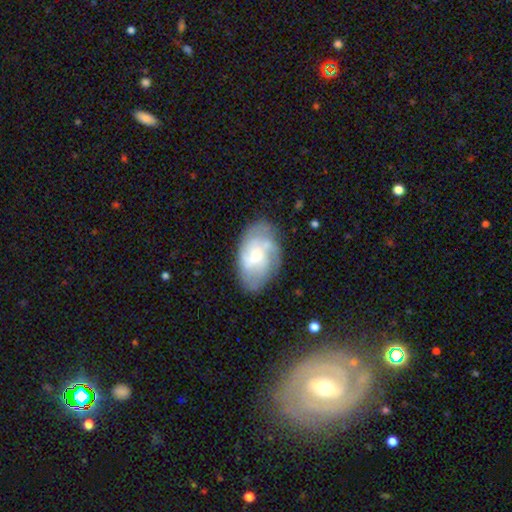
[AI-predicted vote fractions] Morphology: type=featured or disk (58%); edge-on=no (95%); bar=no (63%); spiral arms=yes (71%); bulge=small (55%); merging=none (67%).